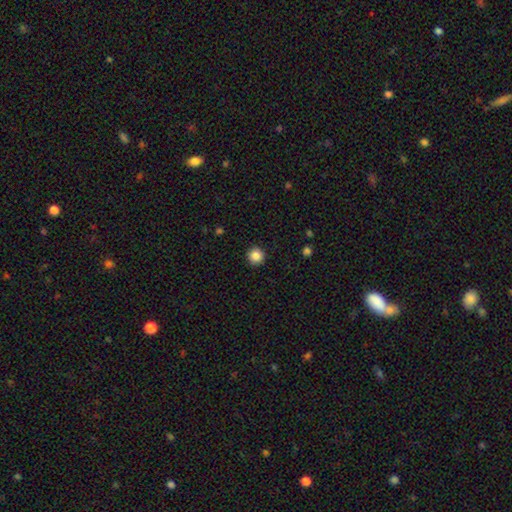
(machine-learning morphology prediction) This is clearly a smooth galaxy (85%). How rounded: clearly round (96%). Merging: clearly none (93%).